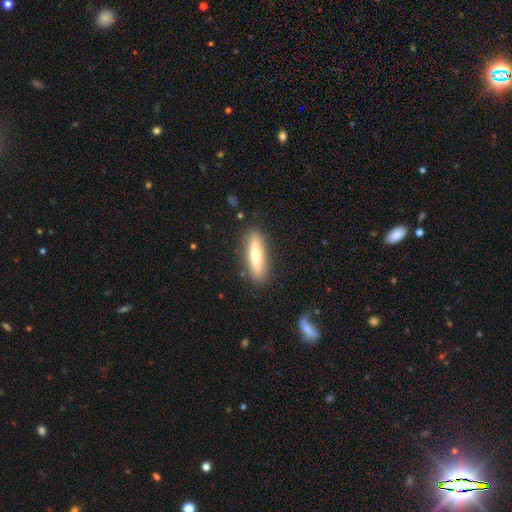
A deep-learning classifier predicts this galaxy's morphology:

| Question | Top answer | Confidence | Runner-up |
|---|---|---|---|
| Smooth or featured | smooth | 57% | featured or disk (36%) |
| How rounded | cigar-shaped | 72% | in between (26%) |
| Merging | none | 86% | minor disturbance (9%) |